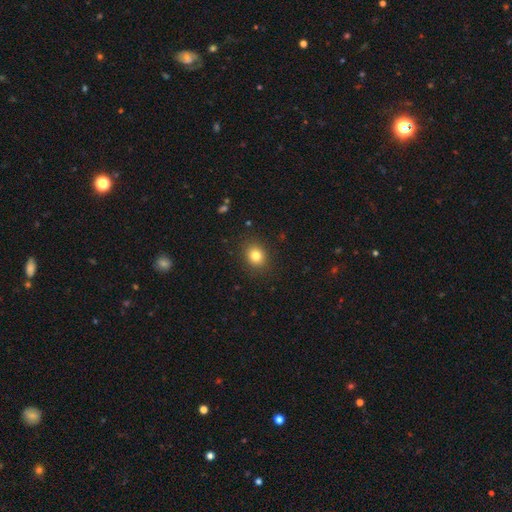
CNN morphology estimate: smooth-or-featured: smooth: 81% | star or artifact: 12% | featured or disk: 7%
  how-rounded: round: 67% | in between: 32% | cigar-shaped: 1%
  merging: none: 89% | minor disturbance: 8% | major disturbance: 3% | merger: 1%